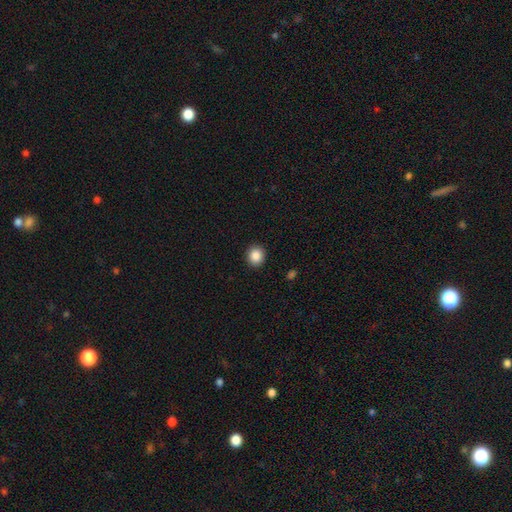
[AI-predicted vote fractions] A smooth galaxy with no disk features (88%) that is round (84%). Merging: none (92%).